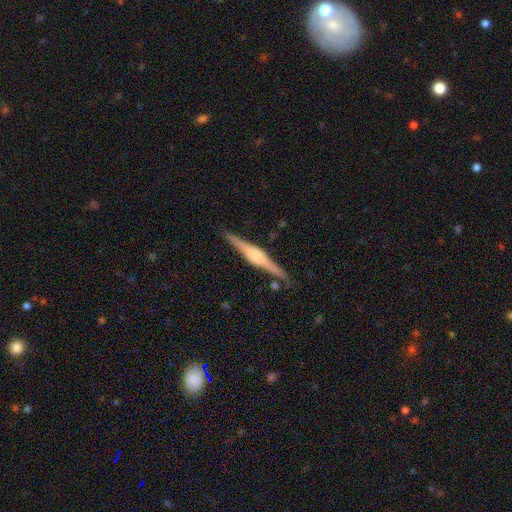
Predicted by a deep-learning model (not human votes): Smooth or featured? Predicted: featured or disk (p=0.83). Edge-on disk? Predicted: yes (p=0.98). Edge-on bulge? Predicted: rounded (p=0.73). Merging? Predicted: none (p=0.88).